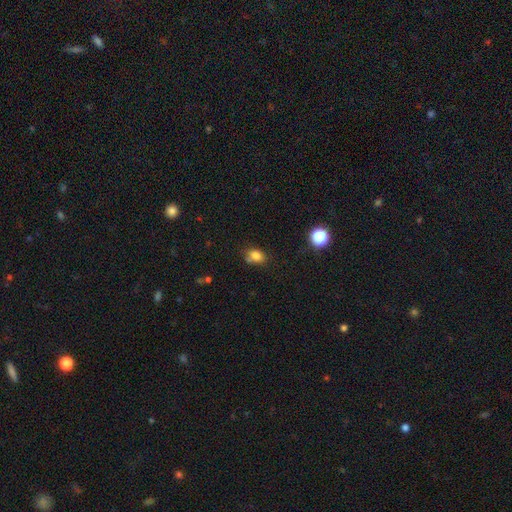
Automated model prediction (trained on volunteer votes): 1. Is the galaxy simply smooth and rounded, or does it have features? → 79% smooth, 13% star or artifact, 8% featured or disk.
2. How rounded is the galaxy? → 67% in between, 32% round, 1% cigar-shaped.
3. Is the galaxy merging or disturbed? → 62% none, 19% minor disturbance, 15% merger, 5% major disturbance.